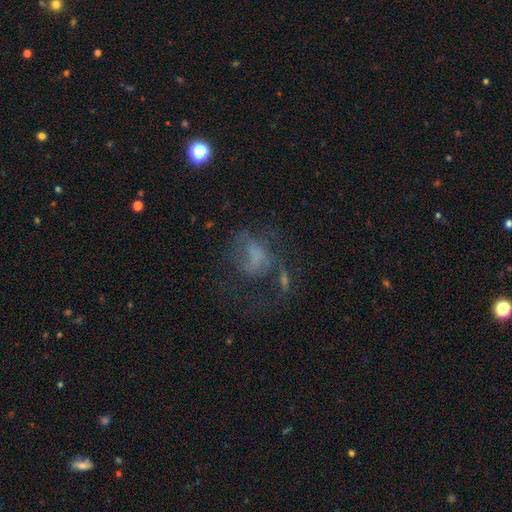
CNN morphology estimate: Smooth or featured? Predicted: featured or disk (p=0.50). Edge-on disk? Predicted: no (p=0.97). Merging? Predicted: major disturbance (p=0.46).